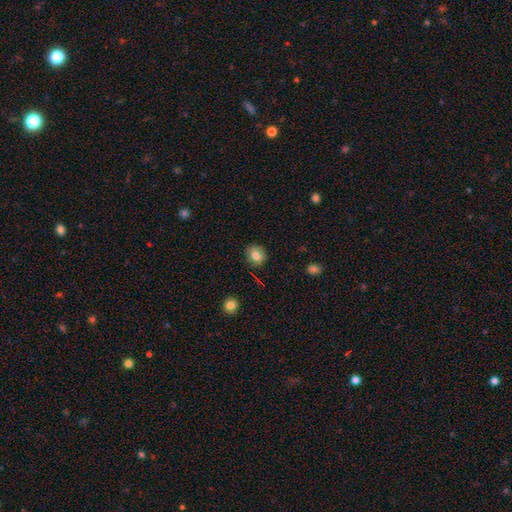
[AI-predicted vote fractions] A smooth galaxy with no disk features (79%) that is round (84%).

Vote fractions:
- Smooth or featured? smooth: 79% / star or artifact: 11% / featured or disk: 10%
- How rounded? round: 84% / in between: 15% / cigar-shaped: 1%
- Merging? none: 85% / minor disturbance: 11% / major disturbance: 2% / merger: 1%